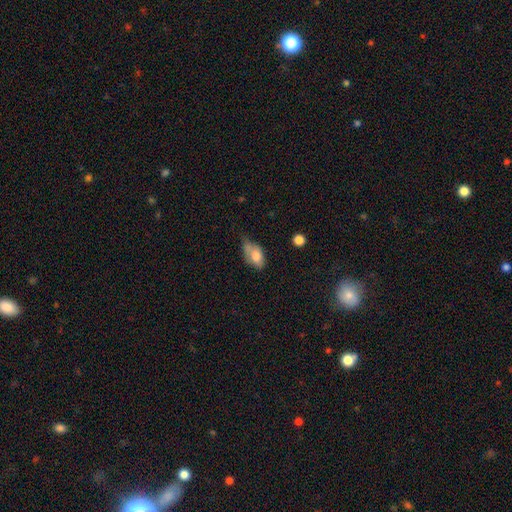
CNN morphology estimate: type=smooth (73%); roundness=in between (88%); merging=minor disturbance (43%).